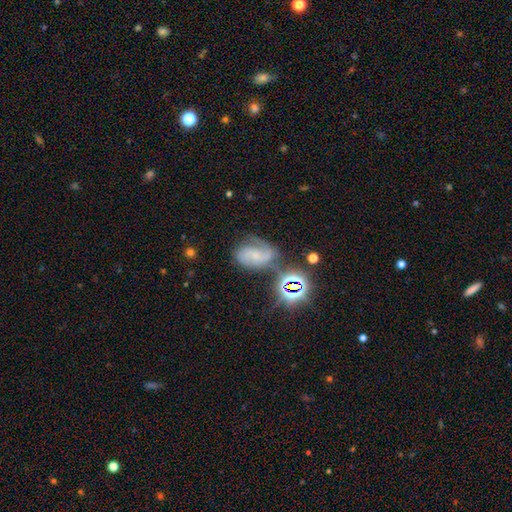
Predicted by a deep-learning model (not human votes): This appears to be a featured or disk galaxy (63%) with no bar (51%), 2 (69%) medium (48%) spiral arms (92%) and a small central bulge (63%). Merging: none (47%).